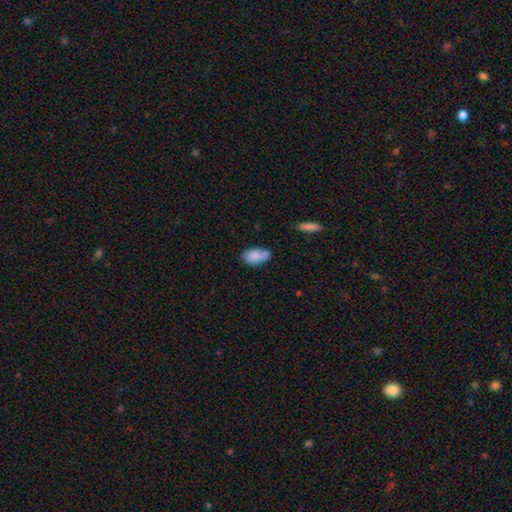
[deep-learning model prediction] smooth 82%, featured or disk 11%, star or artifact 7%. Down the decision tree: how rounded — in between (92%); merging — none (59%).